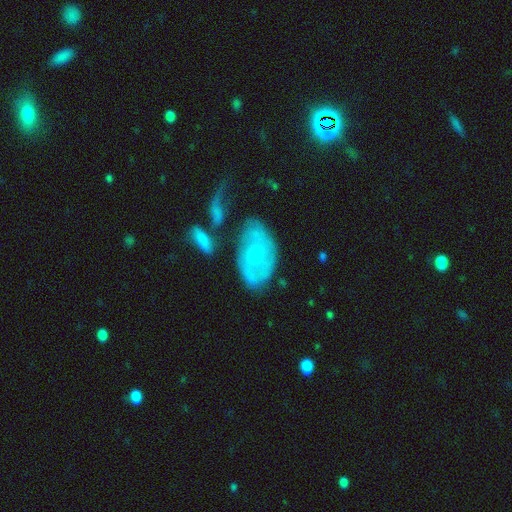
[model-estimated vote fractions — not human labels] A featured or disk galaxy (64%) with no bar (74%), spiral arms (57%) and a moderate central bulge (64%).

Vote fractions:
- Smooth or featured? featured or disk: 64% / smooth: 29% / star or artifact: 7%
- Edge-on disk? no: 93% / yes: 7%
- Bar? no: 74% / weak: 21% / strong: 4%
- Spiral arms? yes: 57% / no: 43%
- Bulge size? moderate: 64% / small: 24% / large: 8% / none: 4% / dominant: 1%
- Merging? none: 57% / minor disturbance: 23% / major disturbance: 12% / merger: 8%